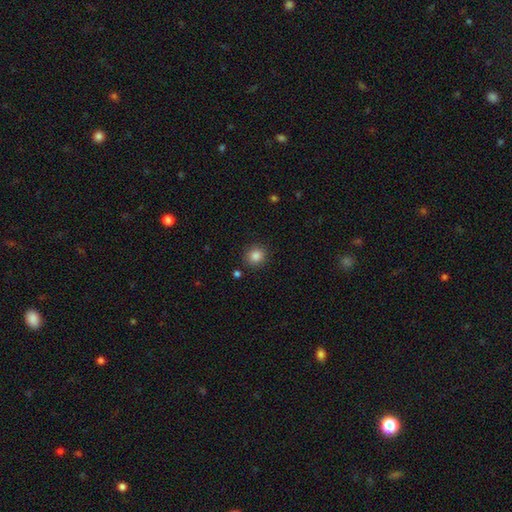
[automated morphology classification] Smooth or featured: smooth — 86% (star or artifact — 10%)
How rounded: round — 84% (in between — 15%)
Merging: none — 88% (minor disturbance — 8%)